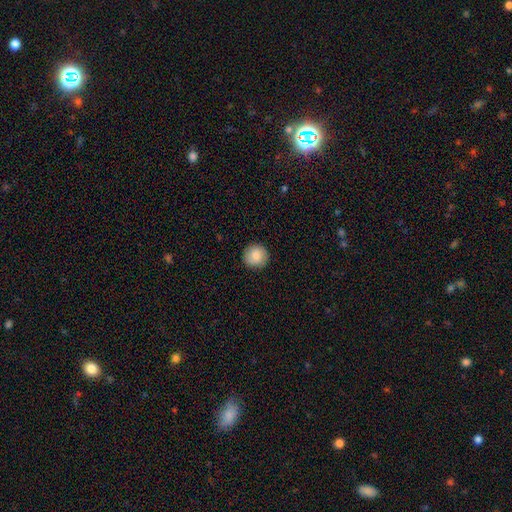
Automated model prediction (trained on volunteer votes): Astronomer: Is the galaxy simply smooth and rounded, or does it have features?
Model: smooth — 82%.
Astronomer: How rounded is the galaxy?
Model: round — 93%.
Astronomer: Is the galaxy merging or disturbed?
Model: none — 90%.